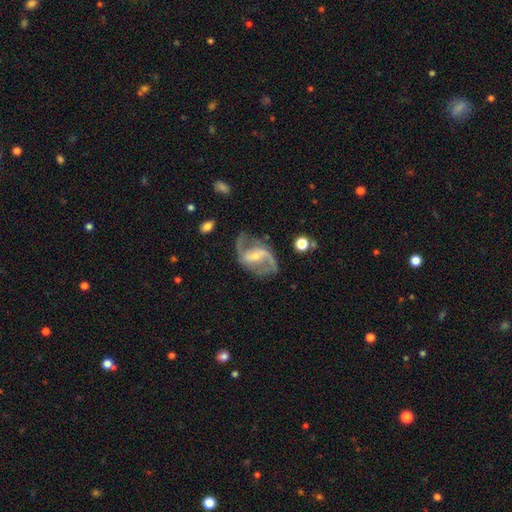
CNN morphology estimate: smooth-or-featured: featured or disk: 89% | star or artifact: 6% | smooth: 5%
  disk-edge-on: no: 97% | yes: 3%
    bar: weak: 42% | strong: 37% | no: 21%
    has-spiral-arms: yes: 96% | no: 4%
      spiral-winding: loose: 50% | medium: 41% | tight: 8%
      spiral-arm-count: 2: 91% | can't tell: 3% | 1: 2% | 3: 2% | 4: 1% | more than 4: 1%
    bulge-size: small: 61% | moderate: 34% | none: 2% | large: 2% | dominant: 1%
  merging: none: 72% | minor disturbance: 16% | major disturbance: 10% | merger: 2%